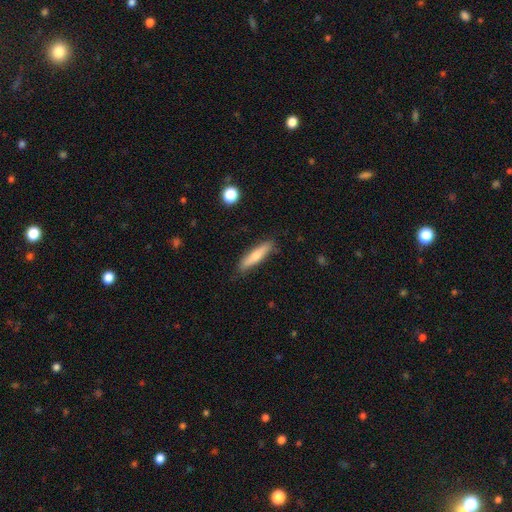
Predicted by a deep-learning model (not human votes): Smooth or featured? smooth (66%)
How rounded? cigar-shaped (82%)
Merging? none (85%)